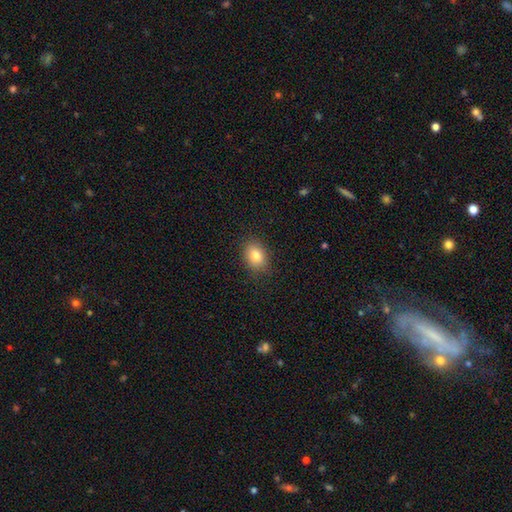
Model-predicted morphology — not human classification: Smooth or featured? Predicted: smooth (p=0.81). How rounded? Predicted: in between (p=0.71). Merging? Predicted: none (p=0.86).